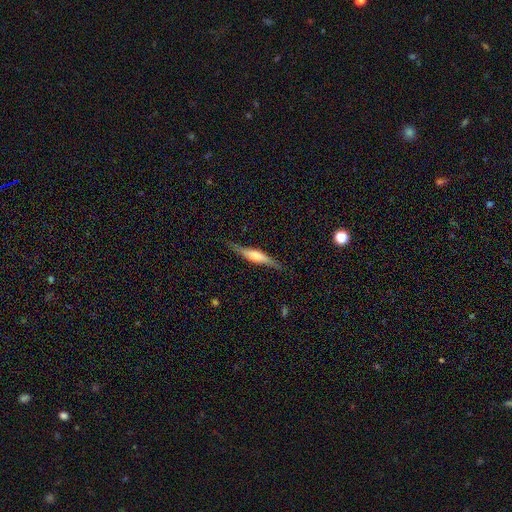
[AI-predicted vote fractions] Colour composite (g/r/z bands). It shows a featured or disk galaxy (56%) viewed edge-on (91%) with a rounded central bulge (65%). Merging: none (79%).